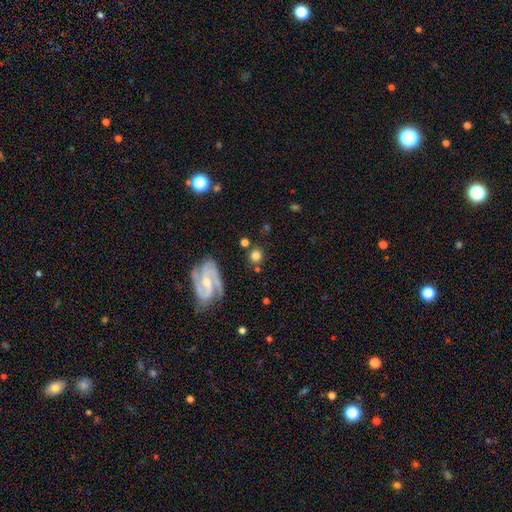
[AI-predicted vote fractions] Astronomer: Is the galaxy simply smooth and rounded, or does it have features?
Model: smooth — 64%.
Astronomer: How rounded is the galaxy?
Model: round — 86%.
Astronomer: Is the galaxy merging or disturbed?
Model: none — 80%.